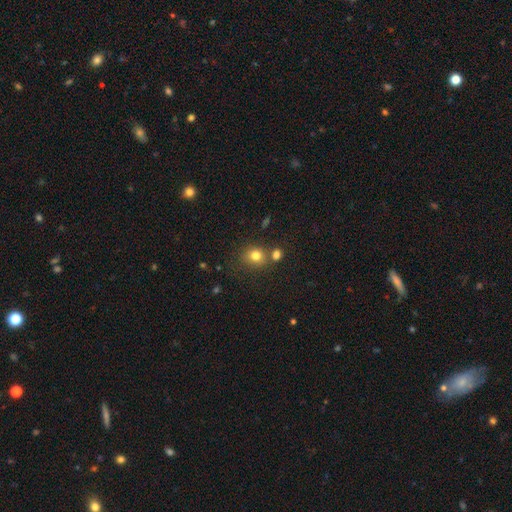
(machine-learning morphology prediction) This is likely a smooth galaxy (78%). How rounded: likely round (70%). Merging: likely none (63%).